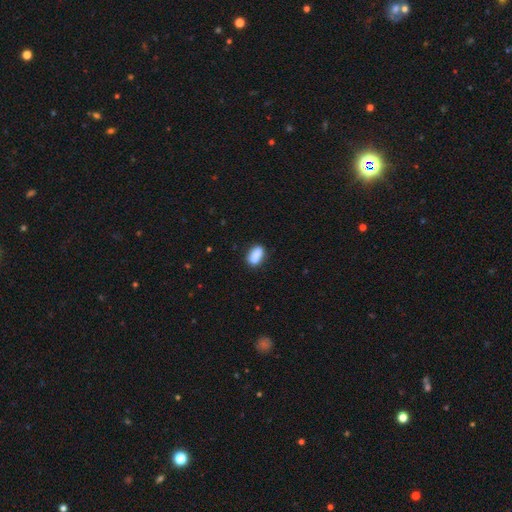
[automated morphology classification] type=smooth (85%); roundness=in between (84%); merging=none (72%).